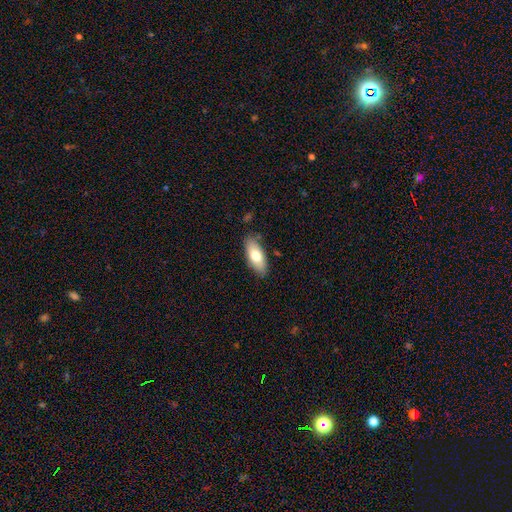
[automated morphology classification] This is likely a smooth galaxy (73%). How rounded: clearly in between (85%). Merging: clearly none (83%).